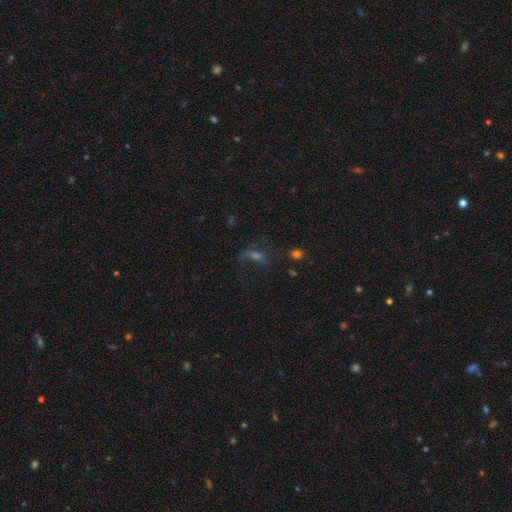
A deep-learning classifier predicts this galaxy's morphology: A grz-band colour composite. It shows a featured or disk galaxy (40%). Merging: none (49%).